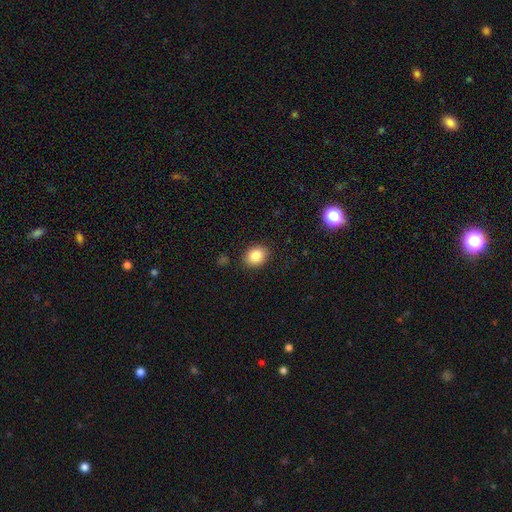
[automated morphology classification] Smooth or featured? Predicted: smooth (p=0.85). How rounded? Predicted: in between (p=0.55). Merging? Predicted: none (p=0.88).